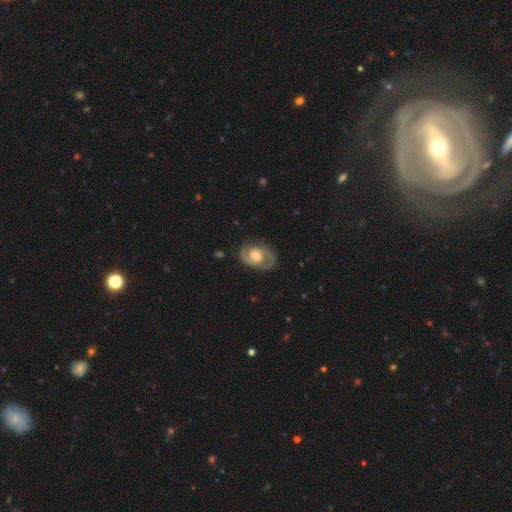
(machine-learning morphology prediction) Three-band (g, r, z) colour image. It shows a featured or disk galaxy (83%) with no bar (60%), 2 (89%) medium (50%) spiral arms (94%) and a moderate central bulge (61%). Merging: none (79%).